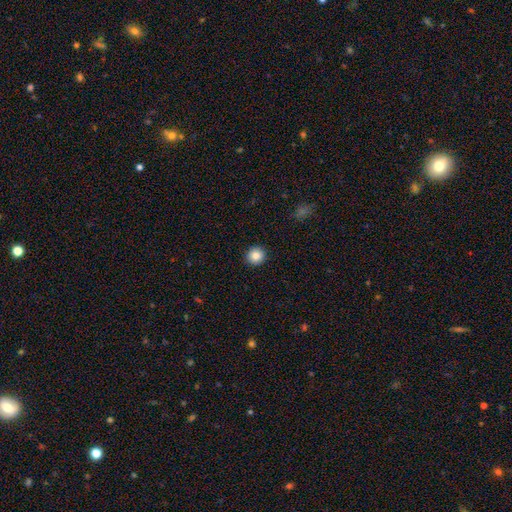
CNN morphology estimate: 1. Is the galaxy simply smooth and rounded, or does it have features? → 86% smooth, 9% star or artifact, 5% featured or disk.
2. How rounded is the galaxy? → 94% round, 5% in between, 1% cigar-shaped.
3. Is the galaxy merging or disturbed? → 93% none, 4% minor disturbance, 1% major disturbance, 1% merger.